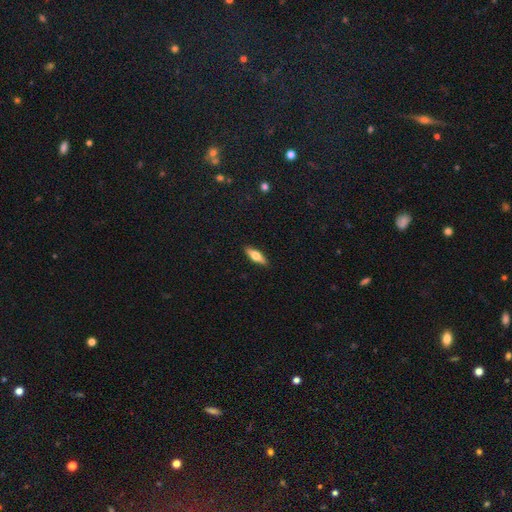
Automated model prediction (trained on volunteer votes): smooth_or_featured: smooth (p=0.49) [alt: featured or disk p=0.45]
merging: none (p=0.90) [alt: minor disturbance p=0.07]